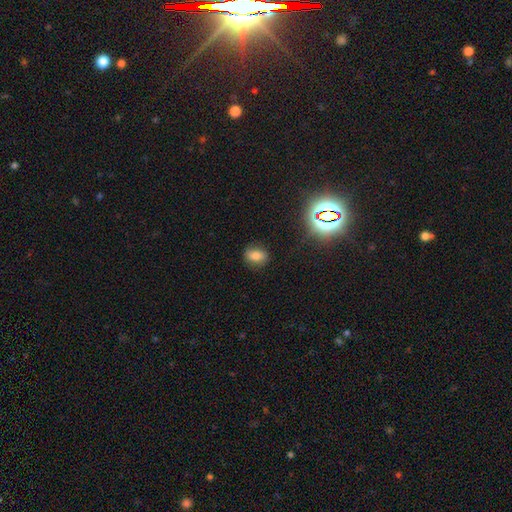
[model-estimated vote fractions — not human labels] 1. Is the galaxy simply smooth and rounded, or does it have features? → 75% smooth, 15% star or artifact, 10% featured or disk.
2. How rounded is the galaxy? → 65% in between, 33% round, 2% cigar-shaped.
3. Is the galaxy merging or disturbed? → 83% none, 12% minor disturbance, 3% major disturbance, 1% merger.